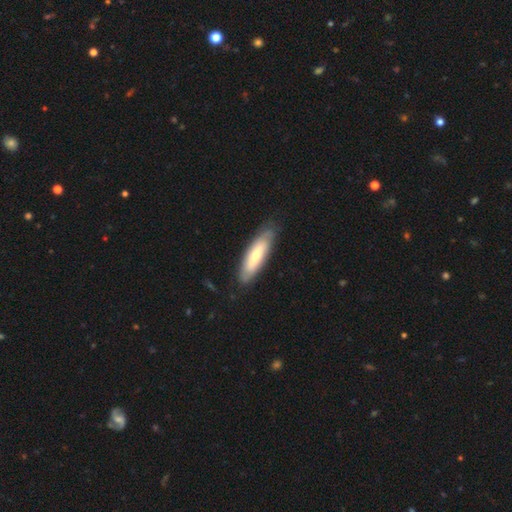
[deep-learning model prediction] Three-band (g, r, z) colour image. It shows a smooth galaxy with no disk features (57%) that is cigar-shaped (57%). Merging: none (79%).